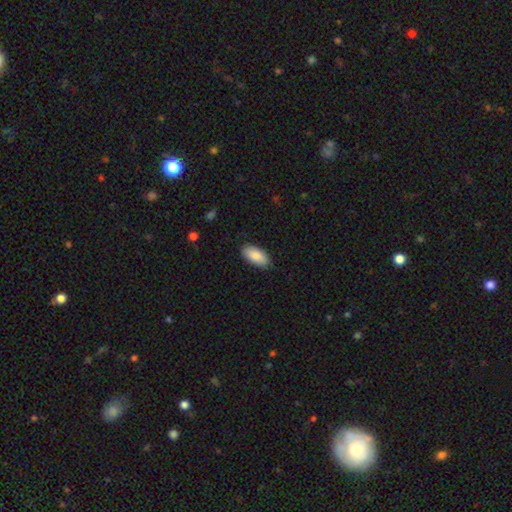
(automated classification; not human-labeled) smooth-or-featured: smooth: 87% | featured or disk: 8% | star or artifact: 6%
  how-rounded: in between: 93% | cigar-shaped: 4% | round: 2%
  merging: none: 84% | minor disturbance: 13% | major disturbance: 2% | merger: 1%